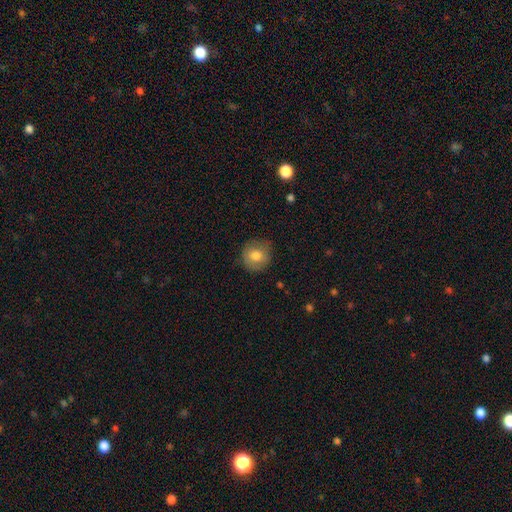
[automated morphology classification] Overall: smooth (76%). How rounded: round (89%). Merging: none (78%).